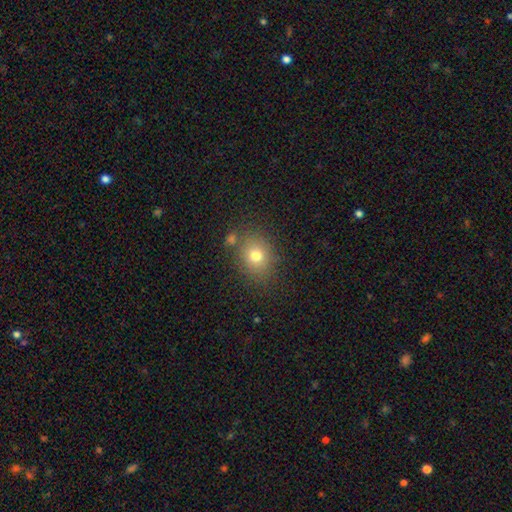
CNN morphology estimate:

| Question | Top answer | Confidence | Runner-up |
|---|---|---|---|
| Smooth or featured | smooth | 74% | star or artifact (14%) |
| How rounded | round | 64% | in between (35%) |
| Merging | none | 76% | minor disturbance (12%) |